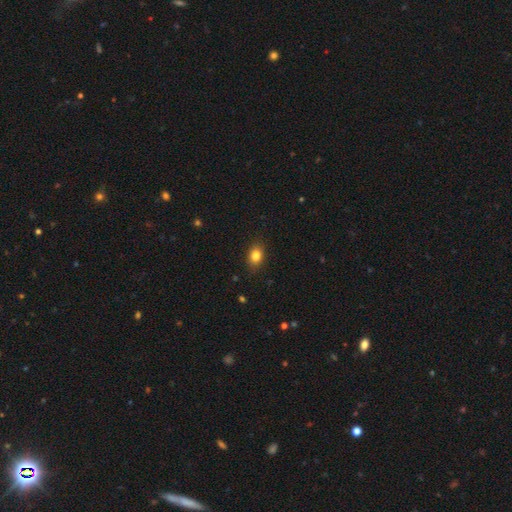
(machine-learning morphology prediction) Smooth or featured: smooth — 83% (star or artifact — 10%)
How rounded: in between — 66% (round — 32%)
Merging: none — 86% (minor disturbance — 11%)